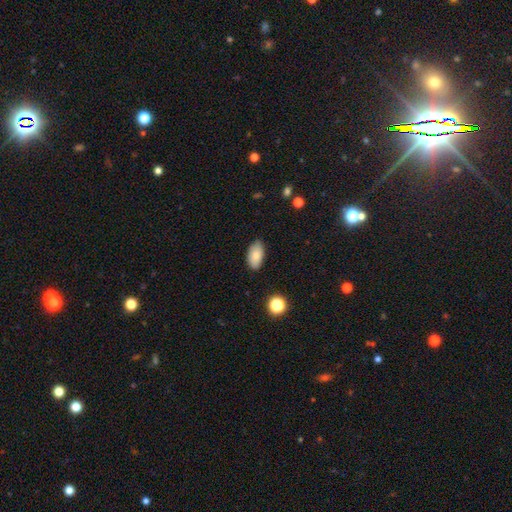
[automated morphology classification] This appears to be a smooth galaxy with no disk features (82%) that is in between round and cigar-shaped (93%). Merging: none (84%).